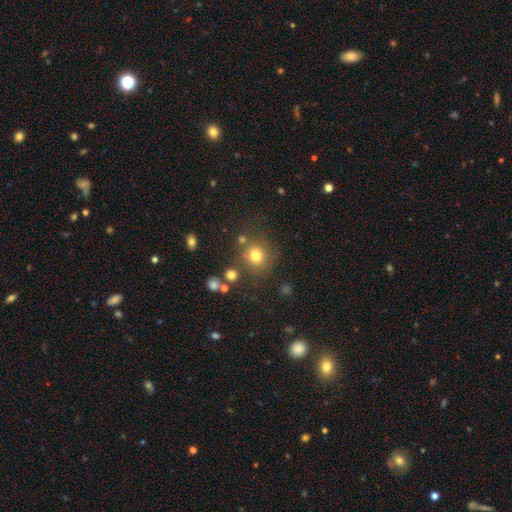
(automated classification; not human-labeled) Smooth or featured? Predicted: smooth (p=0.76). How rounded? Predicted: round (p=0.88). Merging? Predicted: none (p=0.77).